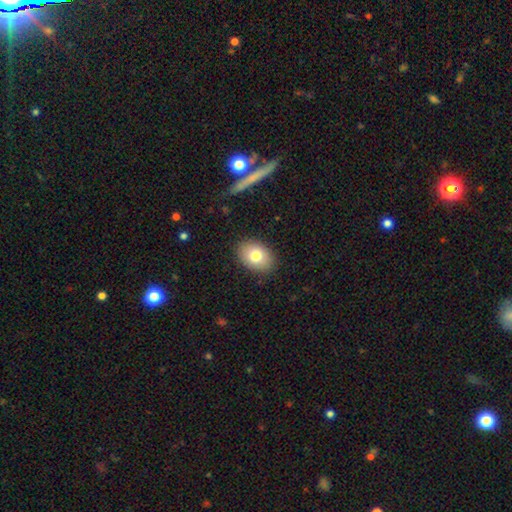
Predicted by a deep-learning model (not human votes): smooth-or-featured: smooth: 79% | featured or disk: 13% | star or artifact: 8%
  how-rounded: in between: 77% | round: 22% | cigar-shaped: 1%
  merging: none: 88% | minor disturbance: 9% | major disturbance: 2% | merger: 1%